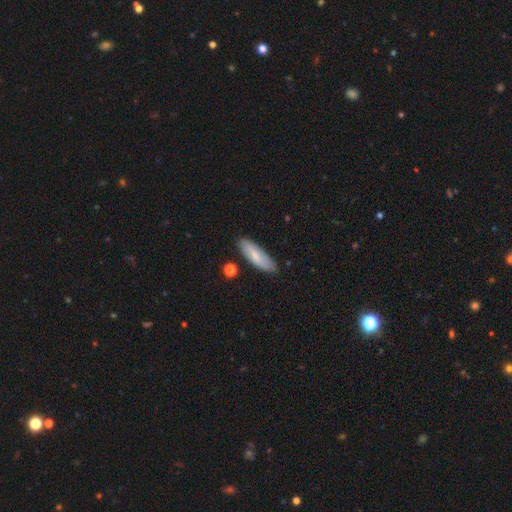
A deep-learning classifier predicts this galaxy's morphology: type=smooth (73%); roundness=in between (50%); merging=none (84%).